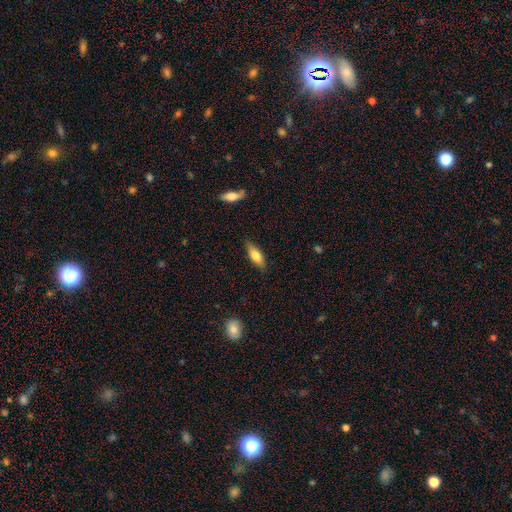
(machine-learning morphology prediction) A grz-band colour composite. It shows a smooth galaxy with no disk features (71%) that is in between round and cigar-shaped (60%). Merging: none (84%).